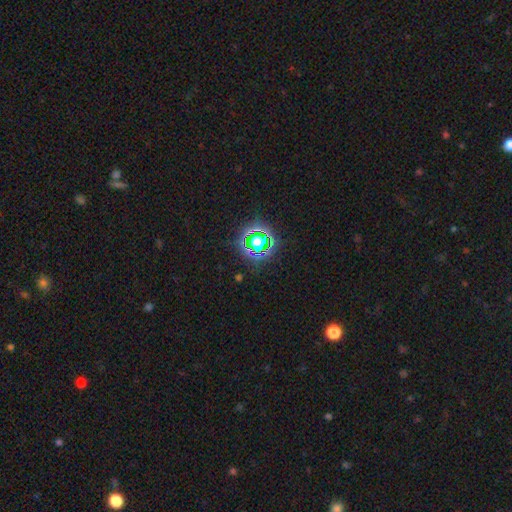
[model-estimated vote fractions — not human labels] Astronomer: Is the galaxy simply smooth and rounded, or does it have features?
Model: star or artifact — 78%.